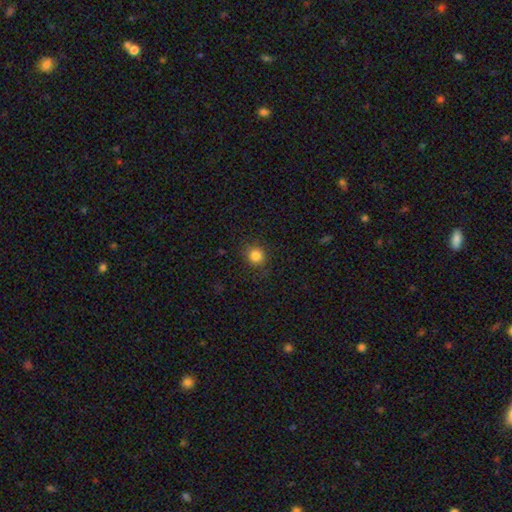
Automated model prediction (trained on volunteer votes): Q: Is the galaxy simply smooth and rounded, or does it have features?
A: smooth — 83%.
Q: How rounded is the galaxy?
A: round — 89%.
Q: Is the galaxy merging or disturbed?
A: none — 87%.